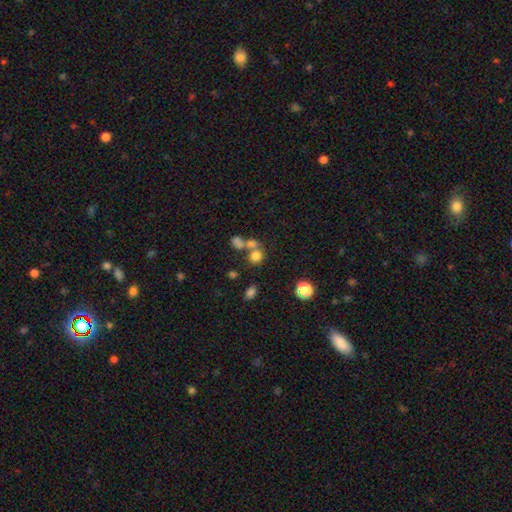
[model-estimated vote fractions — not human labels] Smooth or featured? smooth (73%)
How rounded? round (74%)
Merging? none (45%)